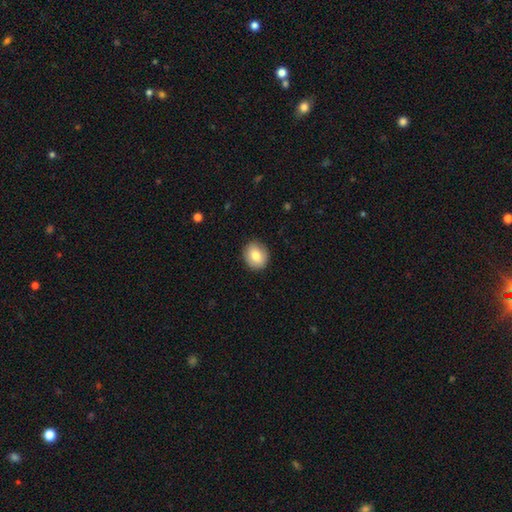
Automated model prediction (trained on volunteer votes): Smooth or featured? smooth (79%)
How rounded? round (66%)
Merging? none (89%)